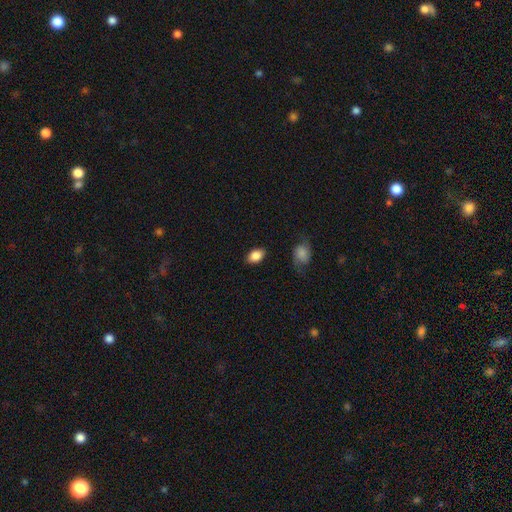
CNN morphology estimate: Smooth or featured: smooth — 86% (star or artifact — 7%)
How rounded: in between — 87% (round — 12%)
Merging: none — 83% (minor disturbance — 12%)